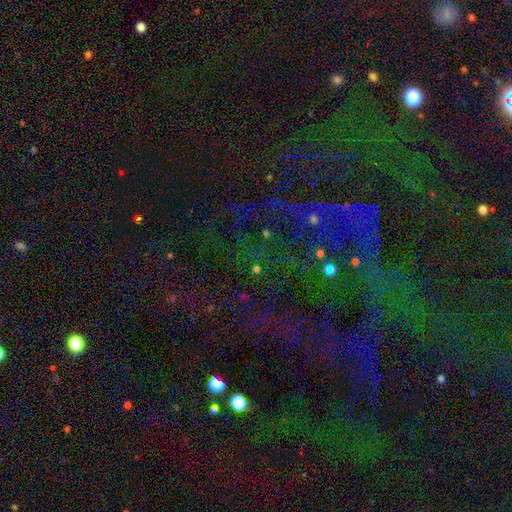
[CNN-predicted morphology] smooth_or_featured: star or artifact (p=0.82) [alt: smooth p=0.09]